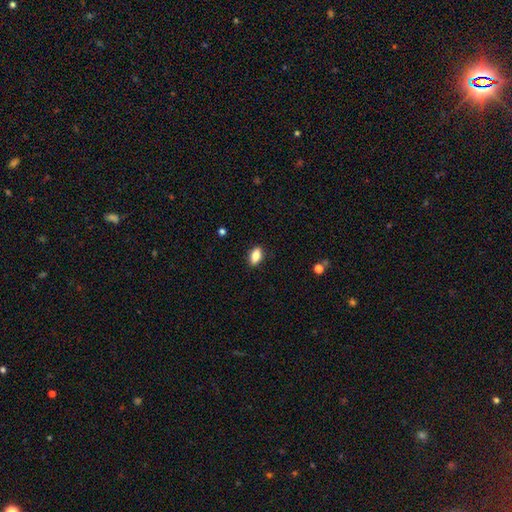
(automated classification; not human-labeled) The model was most divided on "smooth or featured": smooth: 82%, featured or disk: 10%, star or artifact: 8%. More confident: merging — none (88%); how rounded — in between (87%).